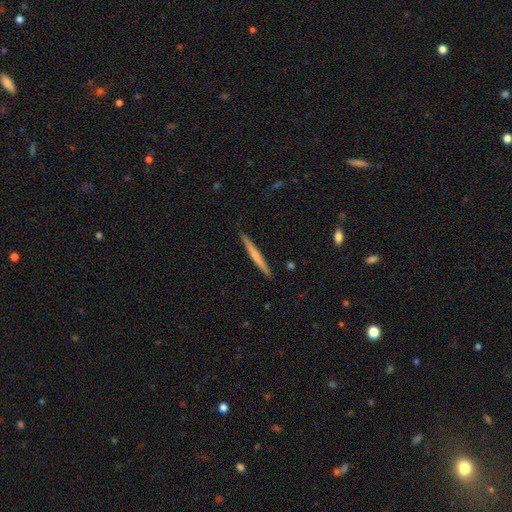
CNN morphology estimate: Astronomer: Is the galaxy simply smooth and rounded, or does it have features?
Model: smooth — 55% (runner-up: featured or disk, 40%).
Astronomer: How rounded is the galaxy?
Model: cigar-shaped — 97%.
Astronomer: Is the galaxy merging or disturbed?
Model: none — 90%.